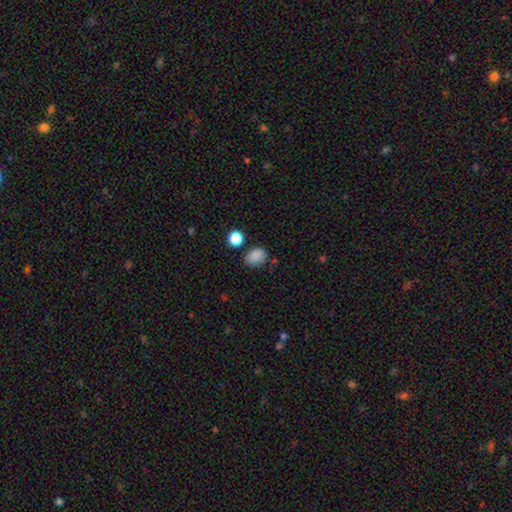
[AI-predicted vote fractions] Smooth or featured: smooth — 85% (star or artifact — 11%)
How rounded: in between — 70% (round — 29%)
Merging: none — 71% (minor disturbance — 19%)